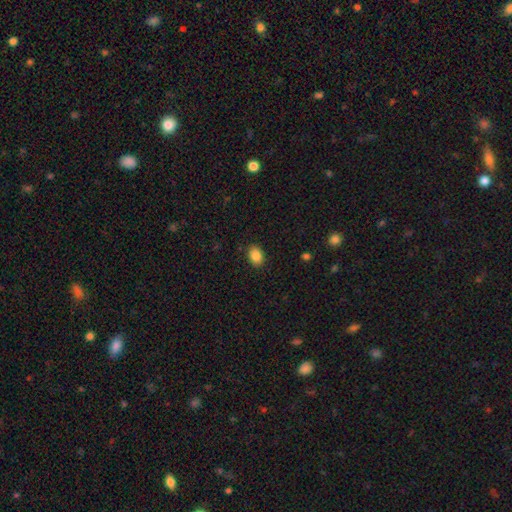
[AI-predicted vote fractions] smooth 87%, star or artifact 9%, featured or disk 4%. Down the decision tree: how rounded — in between (73%); merging — none (89%).